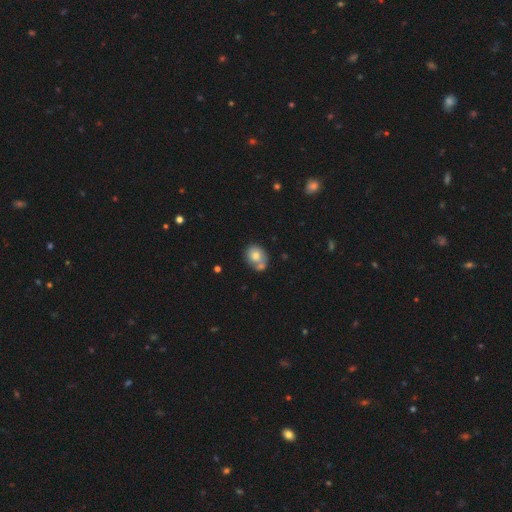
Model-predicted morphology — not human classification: This appears to be a smooth galaxy with no disk features (70%) that is round (67%). Merging: none (42%).